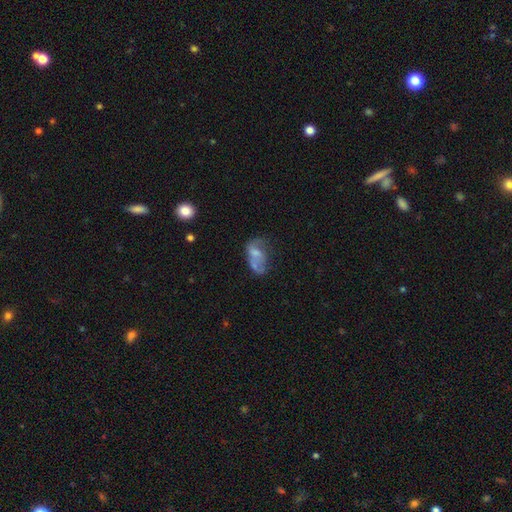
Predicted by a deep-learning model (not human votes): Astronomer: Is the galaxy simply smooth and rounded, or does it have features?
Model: featured or disk — 47% (runner-up: smooth, 42%).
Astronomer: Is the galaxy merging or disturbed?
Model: major disturbance — 33% (runner-up: none, 27%).